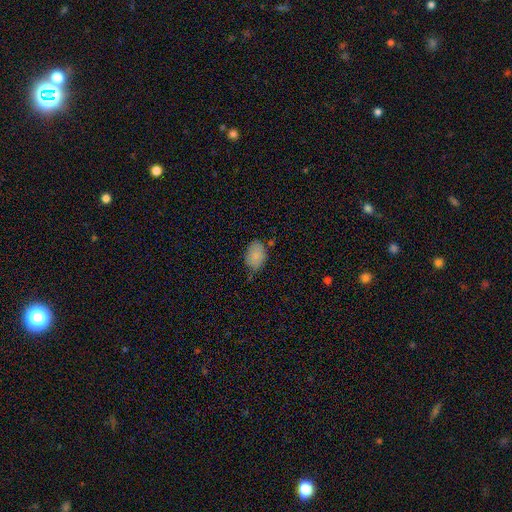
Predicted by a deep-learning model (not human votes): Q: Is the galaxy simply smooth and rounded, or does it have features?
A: smooth — 83%.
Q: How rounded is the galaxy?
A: in between — 84%.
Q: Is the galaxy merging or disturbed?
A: none — 61%.